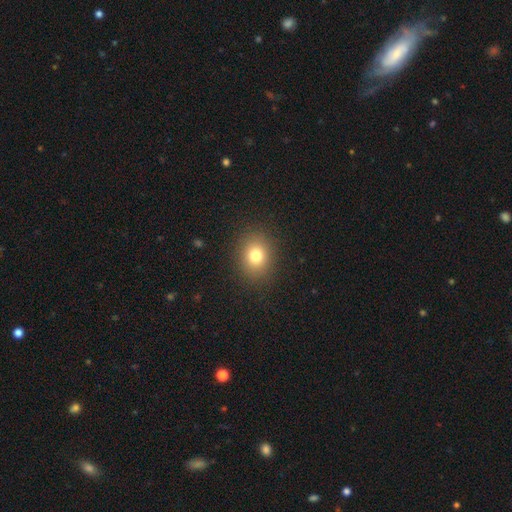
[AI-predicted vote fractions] Smooth or featured? Predicted: smooth (p=0.78). How rounded? Predicted: round (p=0.61). Merging? Predicted: none (p=0.89).